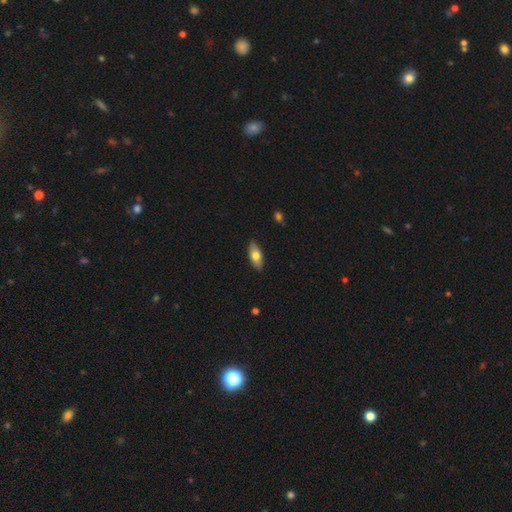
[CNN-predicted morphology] Smooth or featured? smooth (70%)
How rounded? in between (83%)
Merging? none (88%)